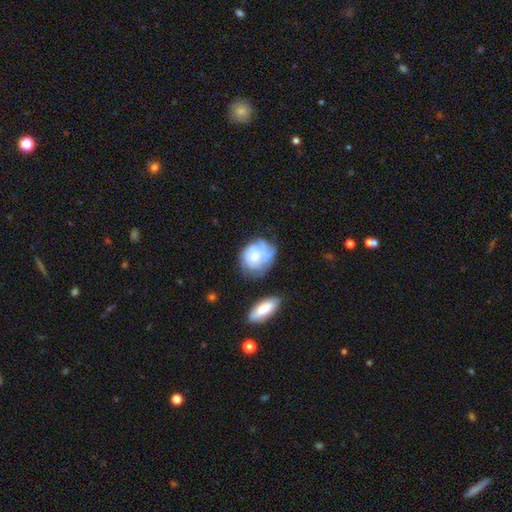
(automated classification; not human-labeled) This appears to be a smooth galaxy with no disk features (49%). Merging: none (47%).